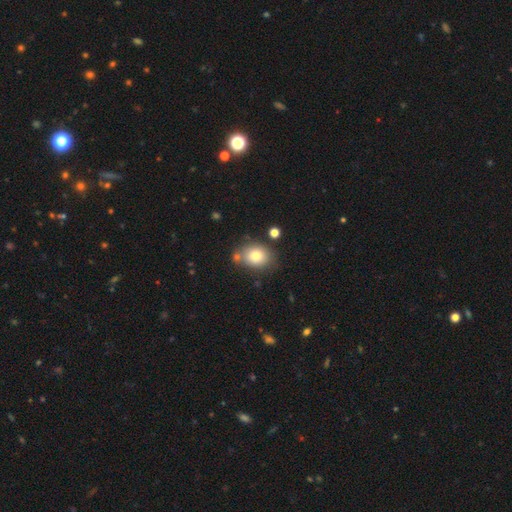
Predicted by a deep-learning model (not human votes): Morphology: type=smooth (79%); roundness=in between (55%); merging=none (70%).